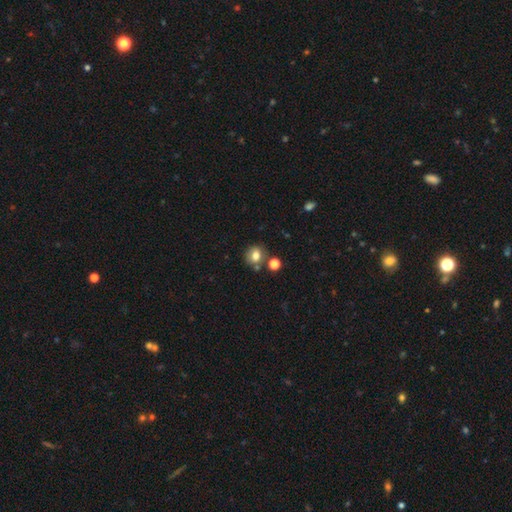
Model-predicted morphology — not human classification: smooth 75%, star or artifact 13%, featured or disk 12%. Down the decision tree: how rounded — round (74%); merging — none (72%).